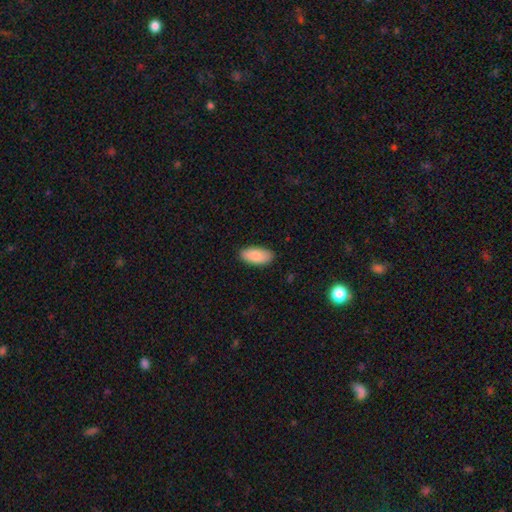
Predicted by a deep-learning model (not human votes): This appears to be a smooth galaxy with no disk features (88%) that is in between round and cigar-shaped (91%). Merging: none (86%).